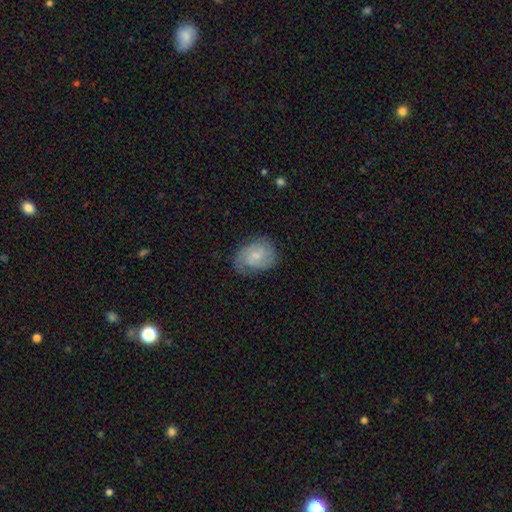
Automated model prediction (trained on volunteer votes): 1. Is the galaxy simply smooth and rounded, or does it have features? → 63% featured or disk, 30% smooth, 7% star or artifact.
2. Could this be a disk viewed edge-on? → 97% no, 3% yes.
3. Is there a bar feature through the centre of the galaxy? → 56% no, 39% weak, 5% strong.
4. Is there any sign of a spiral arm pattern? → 91% yes, 9% no.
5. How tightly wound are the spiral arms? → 48% tight, 40% medium, 13% loose.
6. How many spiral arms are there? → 50% 2, 24% can't tell, 13% 3, 7% 1, 3% 4, 3% more than 4.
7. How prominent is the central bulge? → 56% small, 28% moderate, 13% none, 2% large, 1% dominant.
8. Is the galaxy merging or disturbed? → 68% none, 22% minor disturbance, 8% major disturbance, 1% merger.